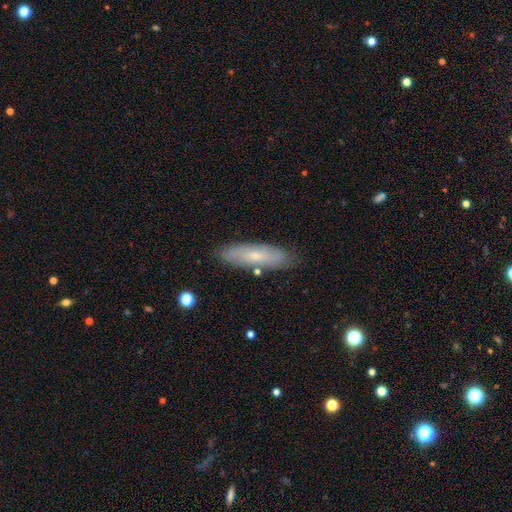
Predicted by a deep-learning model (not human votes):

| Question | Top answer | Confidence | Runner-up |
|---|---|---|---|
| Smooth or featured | smooth | 56% | featured or disk (37%) |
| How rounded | cigar-shaped | 61% | in between (37%) |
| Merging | none | 84% | minor disturbance (12%) |